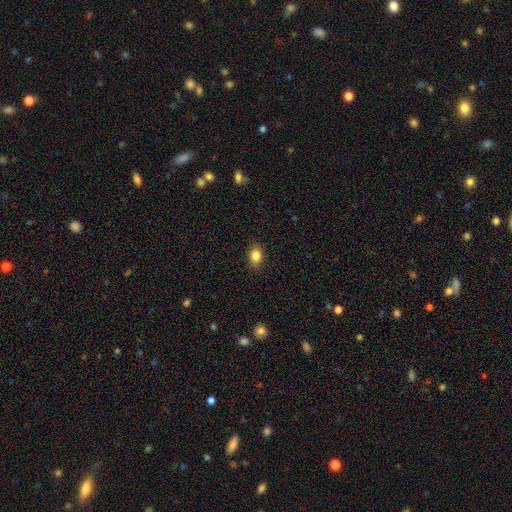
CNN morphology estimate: smooth 84%, star or artifact 9%, featured or disk 7%. Down the decision tree: how rounded — in between (77%); merging — none (87%).